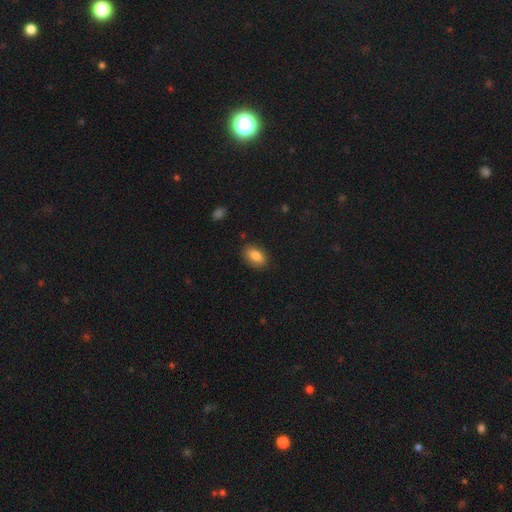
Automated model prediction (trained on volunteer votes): smooth_or_featured: smooth (p=0.84) [alt: featured or disk p=0.09]
how_rounded: in between (p=0.91) [alt: round p=0.06]
merging: none (p=0.85) [alt: minor disturbance p=0.12]